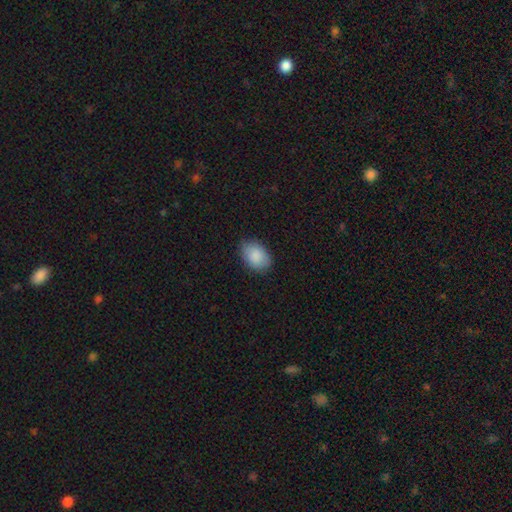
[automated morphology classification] Smooth or featured? Predicted: smooth (p=0.89). How rounded? Predicted: in between (p=0.84). Merging? Predicted: none (p=0.82).